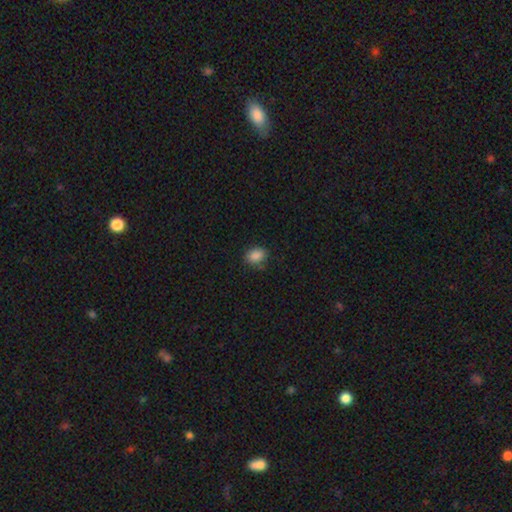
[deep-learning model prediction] smooth 87%, star or artifact 10%, featured or disk 4%. Down the decision tree: how rounded — in between (65%); merging — none (75%).